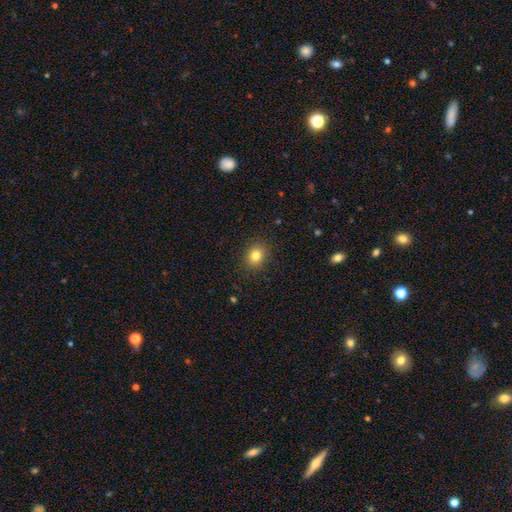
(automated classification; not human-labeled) Q: Smooth or featured?
A: smooth (81%); runner-up: star or artifact (12%)
Q: How rounded?
A: round (61%); runner-up: in between (38%)
Q: Merging?
A: none (89%); runner-up: minor disturbance (8%)